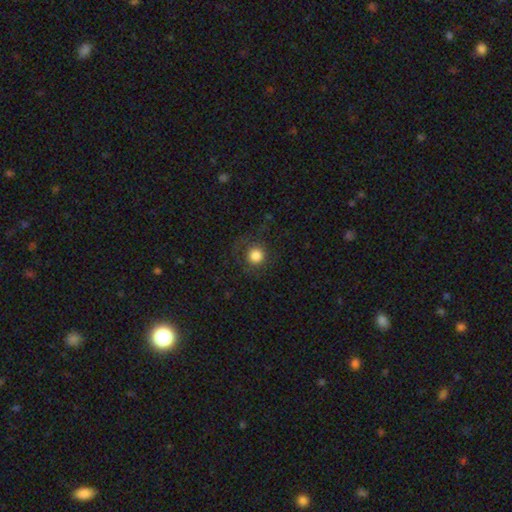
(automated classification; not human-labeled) Overall: smooth (82%). How rounded: round (95%). Merging: none (78%).